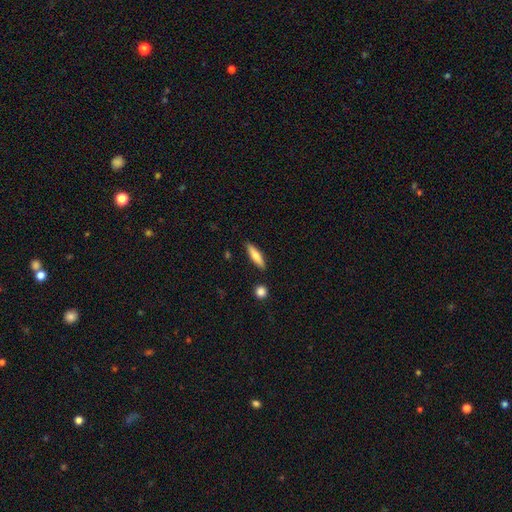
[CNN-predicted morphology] Smooth or featured? smooth (68%)
How rounded? cigar-shaped (72%)
Merging? none (88%)